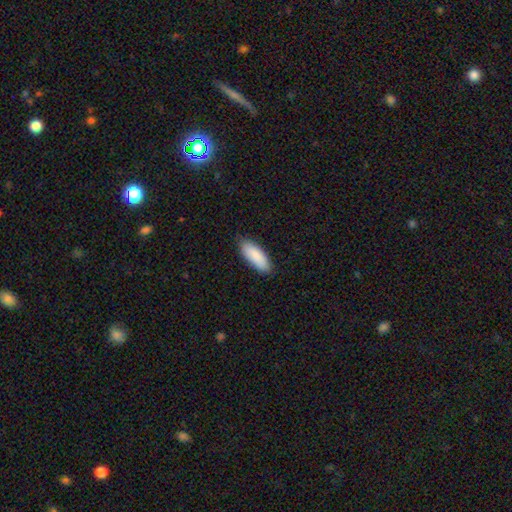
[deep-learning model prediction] Morphology: type=smooth (89%); roundness=in between (74%); merging=none (84%).